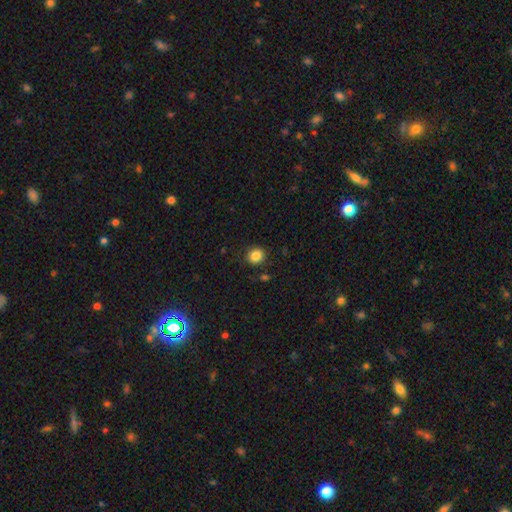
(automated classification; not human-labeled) Smooth or featured: smooth — 85% (star or artifact — 10%)
How rounded: round — 87% (in between — 12%)
Merging: none — 88% (minor disturbance — 8%)